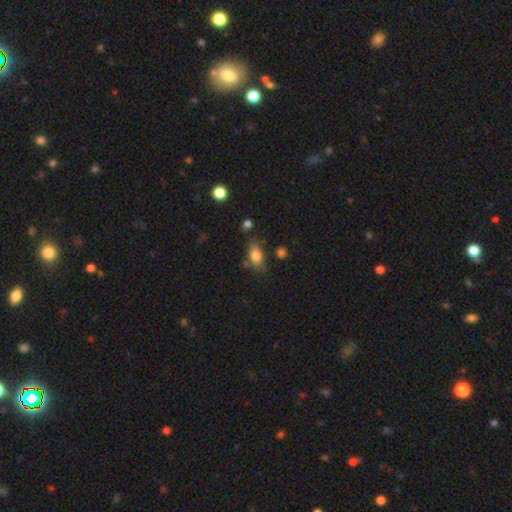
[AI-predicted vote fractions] The model was most divided on "merging": none: 67%, minor disturbance: 21%, merger: 6%, major disturbance: 6%. More confident: how rounded — in between (83%); smooth or featured — smooth (78%).